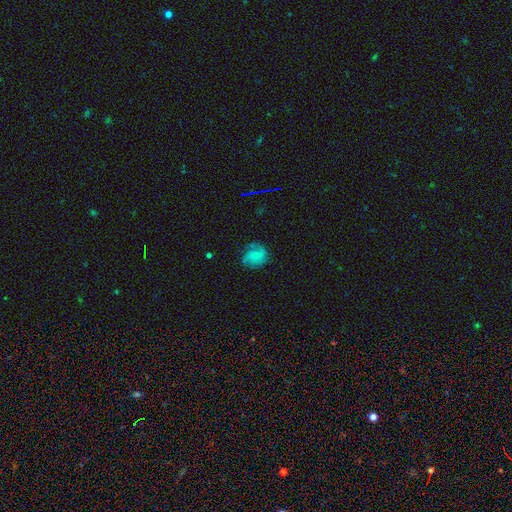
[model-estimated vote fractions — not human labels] Smooth or featured? featured or disk (50%)
Merging? none (64%)